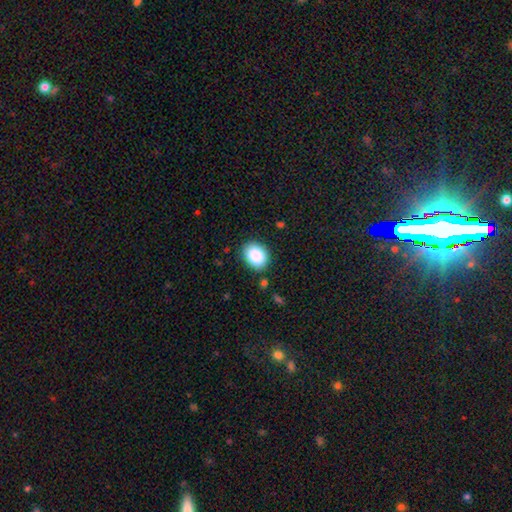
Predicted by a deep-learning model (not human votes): Smooth or featured?
  - smooth: 89% *
  - star or artifact: 7%
  - featured or disk: 4%
How rounded?
  - in between: 62% *
  - round: 37%
  - cigar-shaped: 1%
Merging?
  - none: 85% *
  - minor disturbance: 10%
  - major disturbance: 3%
  - merger: 2%